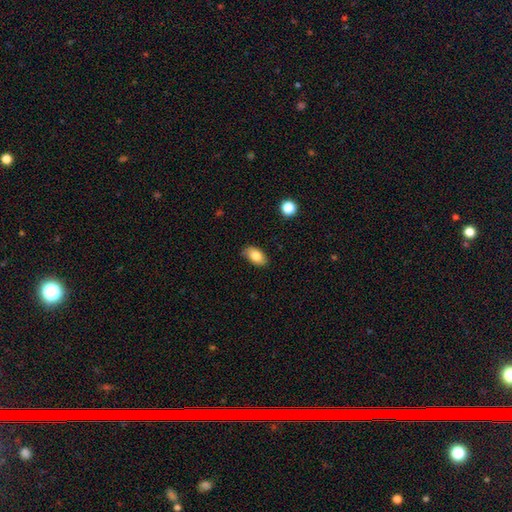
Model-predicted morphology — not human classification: The model was most divided on "merging": none: 83%, minor disturbance: 14%, major disturbance: 2%, merger: 1%. More confident: how rounded — in between (92%); smooth or featured — smooth (82%).